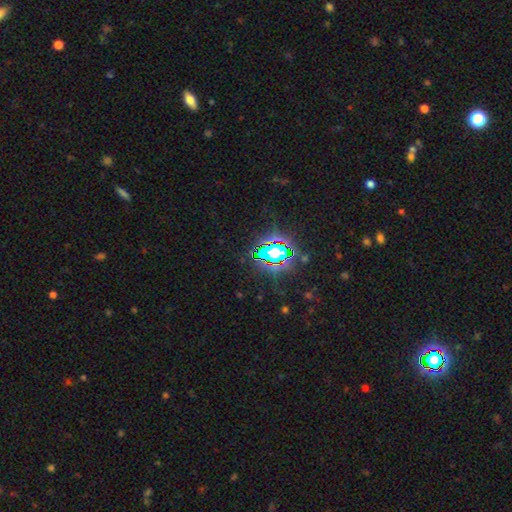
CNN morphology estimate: Q: Smooth or featured?
A: star or artifact (80%); runner-up: smooth (12%)